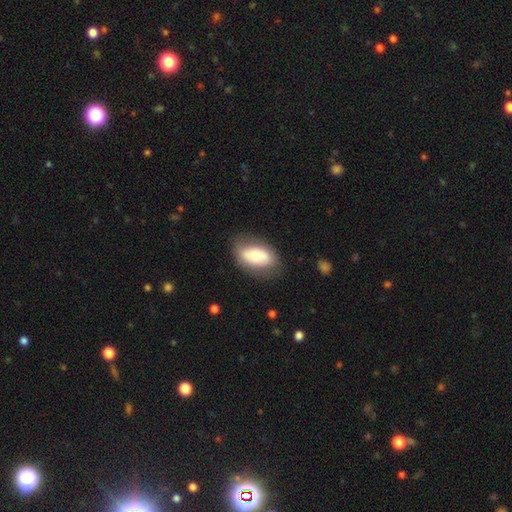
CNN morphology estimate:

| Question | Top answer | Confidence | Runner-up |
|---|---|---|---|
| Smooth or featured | smooth | 63% | featured or disk (30%) |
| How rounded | in between | 91% | round (7%) |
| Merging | none | 74% | minor disturbance (17%) |